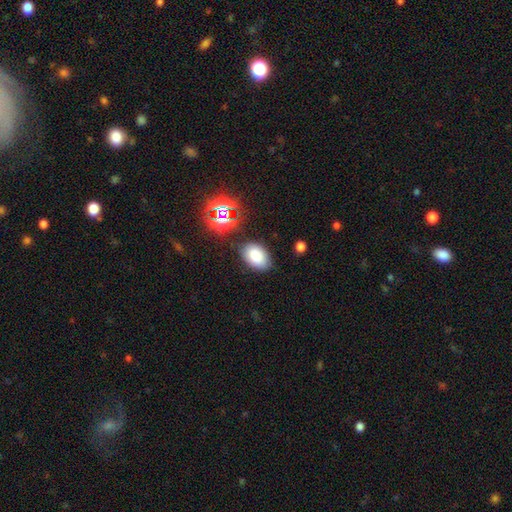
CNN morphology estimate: Smooth or featured: smooth — 80% (star or artifact — 13%)
How rounded: in between — 88% (round — 11%)
Merging: none — 80% (minor disturbance — 14%)